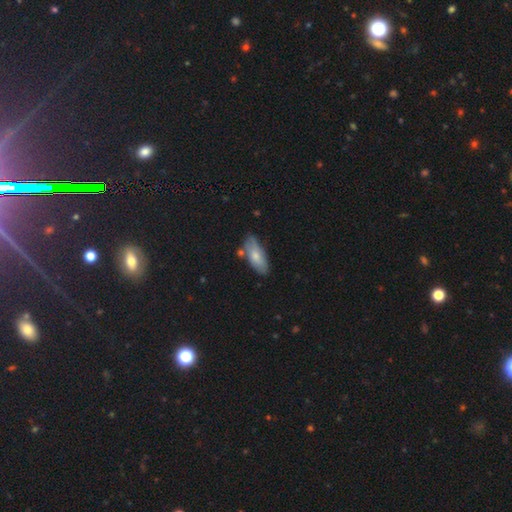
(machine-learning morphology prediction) Q: Smooth or featured?
A: smooth (72%); runner-up: featured or disk (22%)
Q: How rounded?
A: in between (82%); runner-up: cigar-shaped (16%)
Q: Merging?
A: none (70%); runner-up: minor disturbance (20%)